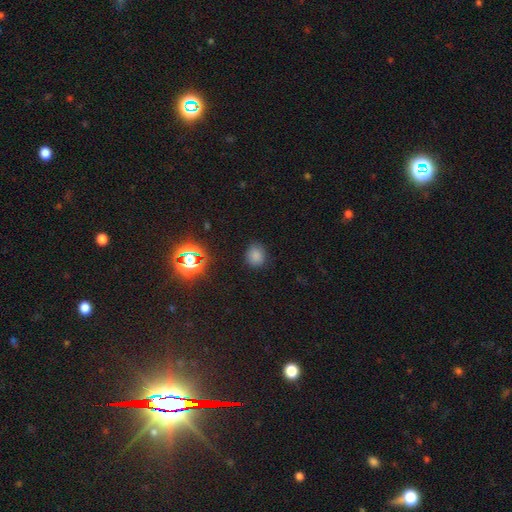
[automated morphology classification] Smooth or featured? smooth (76%)
How rounded? round (63%)
Merging? none (82%)